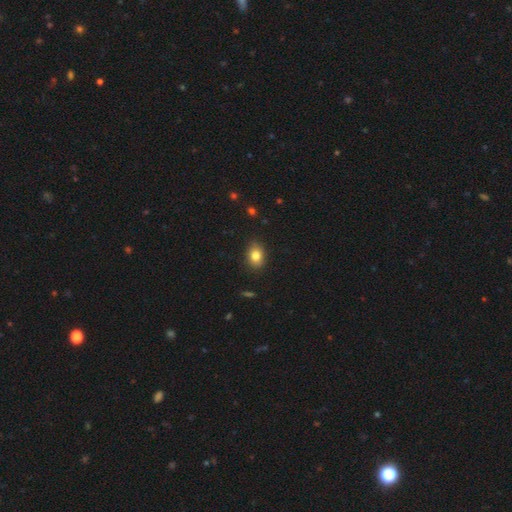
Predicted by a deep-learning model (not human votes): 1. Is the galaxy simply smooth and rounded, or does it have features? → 81% smooth, 10% star or artifact, 9% featured or disk.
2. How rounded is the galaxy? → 65% in between, 33% round, 1% cigar-shaped.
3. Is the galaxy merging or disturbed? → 85% none, 12% minor disturbance, 2% major disturbance, 1% merger.